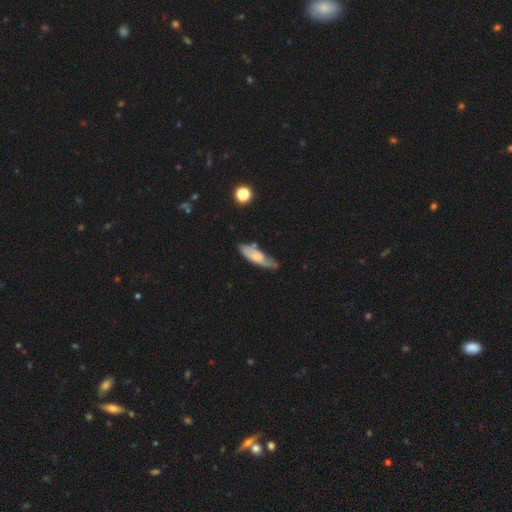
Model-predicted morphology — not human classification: The model was most divided on "how rounded": in between: 52%, cigar-shaped: 46%, round: 2%. More confident: smooth or featured — smooth (54%); merging — none (50%).